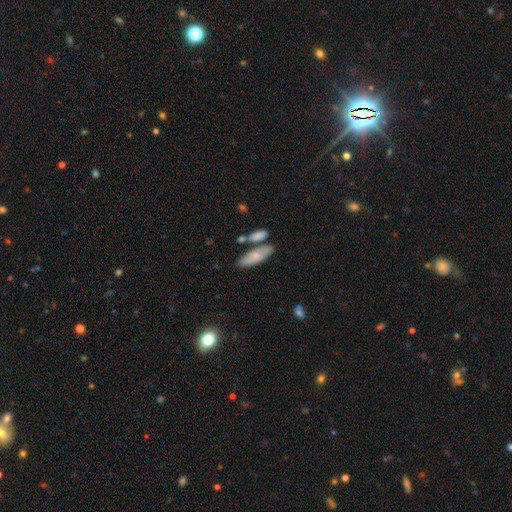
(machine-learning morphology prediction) The model was most divided on "how rounded": in between: 66%, cigar-shaped: 31%, round: 3%. More confident: smooth or featured — smooth (73%); merging — none (60%).